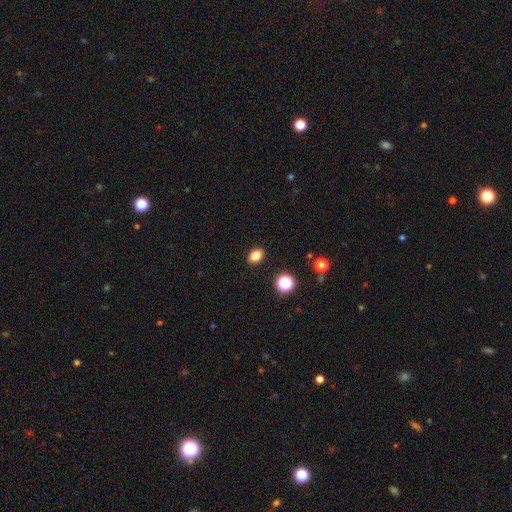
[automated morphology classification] Smooth or featured: smooth — 81% (star or artifact — 13%)
How rounded: in between — 73% (round — 26%)
Merging: none — 89% (minor disturbance — 7%)